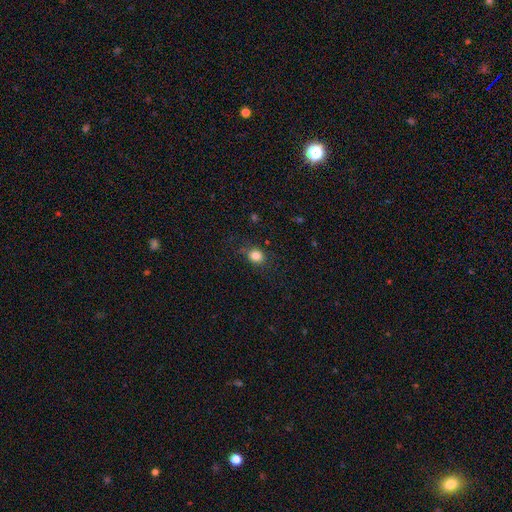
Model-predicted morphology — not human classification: Smooth or featured? Predicted: smooth (p=0.83). How rounded? Predicted: round (p=0.64). Merging? Predicted: none (p=0.78).